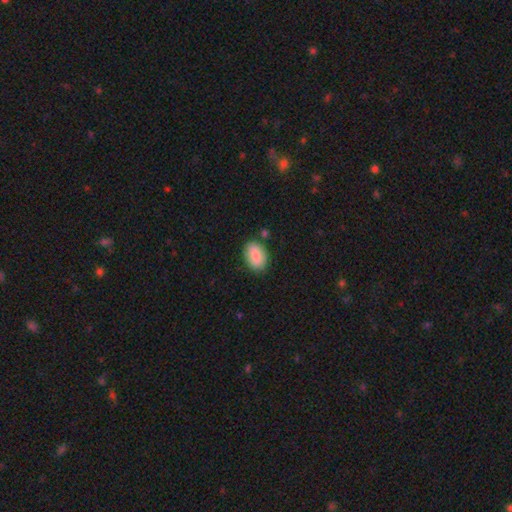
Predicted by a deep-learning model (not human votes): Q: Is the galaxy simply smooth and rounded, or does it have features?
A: smooth — 86%.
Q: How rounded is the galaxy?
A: in between — 88%.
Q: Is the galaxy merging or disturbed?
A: none — 81%.